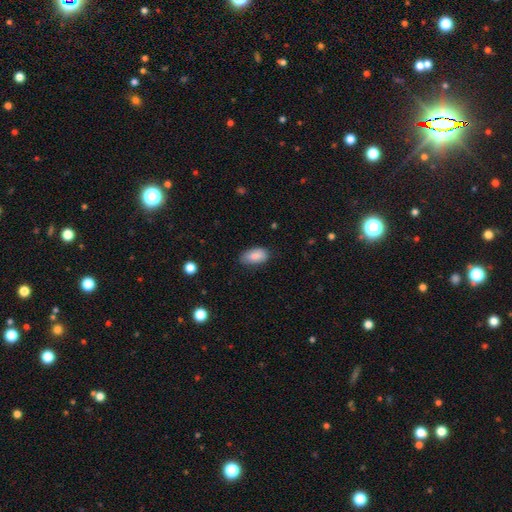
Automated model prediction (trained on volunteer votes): smooth-or-featured: smooth: 87% | star or artifact: 7% | featured or disk: 6%
  how-rounded: in between: 93% | cigar-shaped: 4% | round: 4%
  merging: none: 77% | minor disturbance: 19% | major disturbance: 3% | merger: 1%